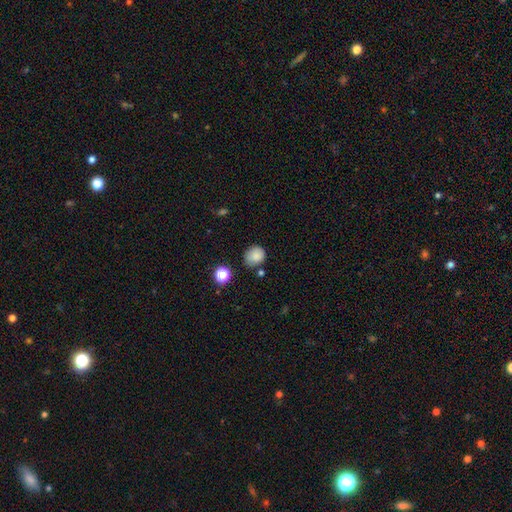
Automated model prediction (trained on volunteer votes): Morphology: type=smooth (84%); roundness=round (75%); merging=none (68%).